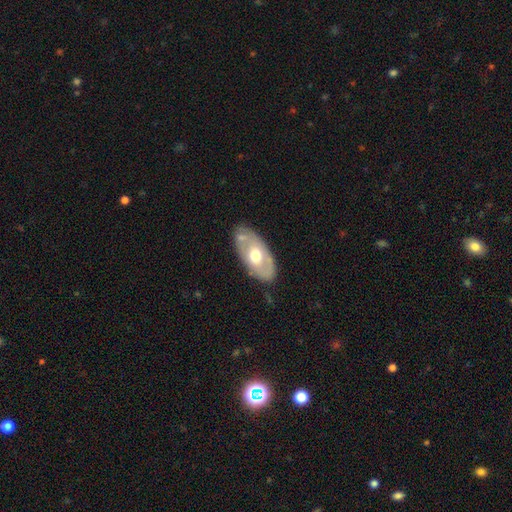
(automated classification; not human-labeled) Q: Smooth or featured?
A: featured or disk (51%); runner-up: smooth (44%)
Q: Edge-on disk?
A: no (84%); runner-up: yes (16%)
Q: Merging?
A: none (73%); runner-up: minor disturbance (17%)